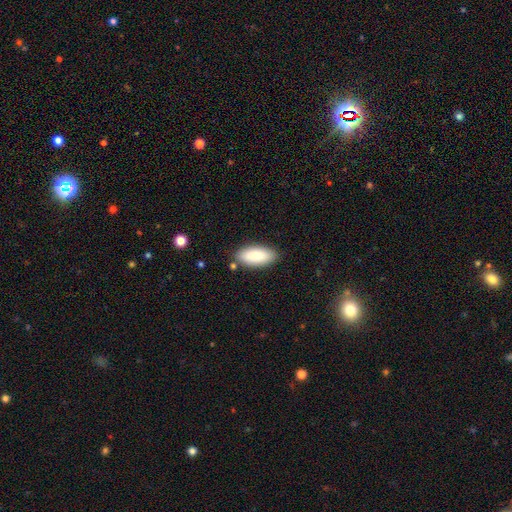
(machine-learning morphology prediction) smooth 88%, star or artifact 6%, featured or disk 6%. Down the decision tree: how rounded — in between (86%); merging — none (83%).